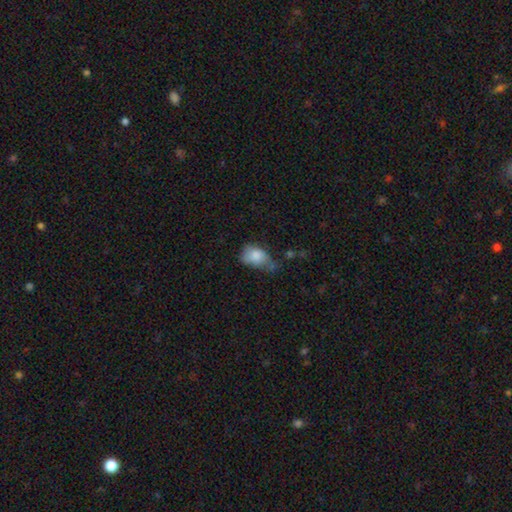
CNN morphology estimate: This is likely a smooth galaxy (77%). How rounded: likely in between (76%). Merging: marginally minor disturbance (40%).